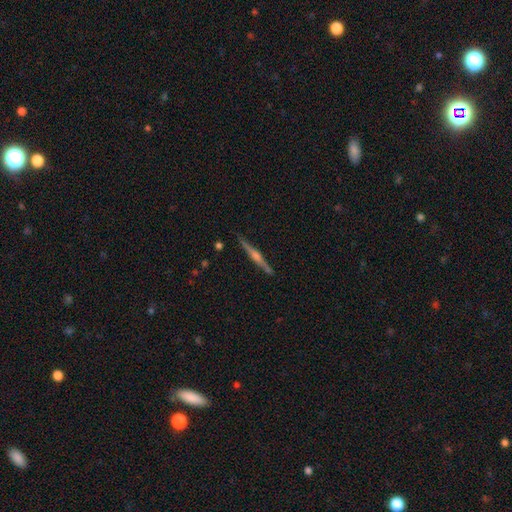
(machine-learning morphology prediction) This is likely a featured or disk galaxy (77%). It is clearly viewed edge-on (98%). Edge-on bulge: likely rounded (77%). Merging: clearly none (90%).